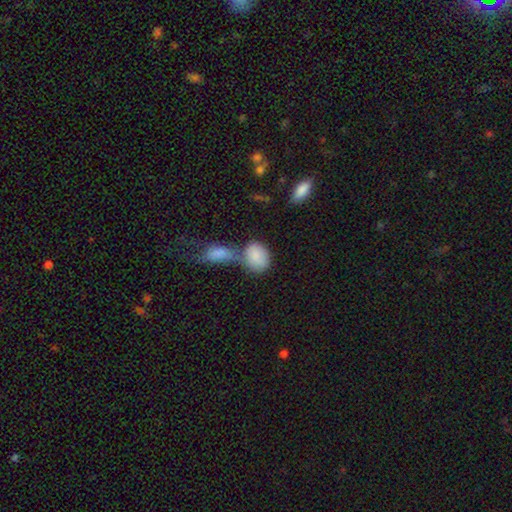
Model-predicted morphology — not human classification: Smooth or featured? Predicted: smooth (p=0.84). How rounded? Predicted: in between (p=0.76). Merging? Predicted: merger (p=0.49).